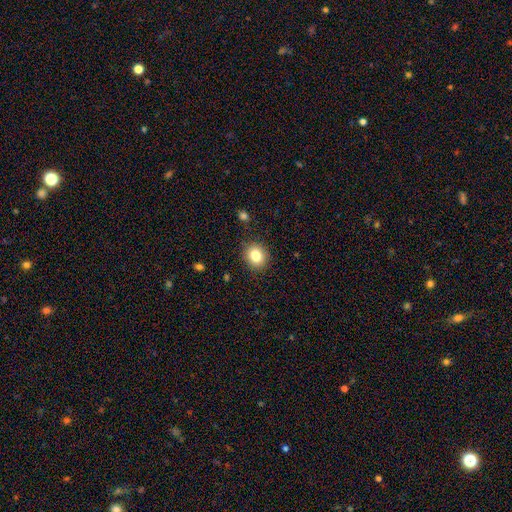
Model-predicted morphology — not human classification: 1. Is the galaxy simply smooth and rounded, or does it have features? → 81% smooth, 11% star or artifact, 8% featured or disk.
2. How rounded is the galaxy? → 77% round, 22% in between, 1% cigar-shaped.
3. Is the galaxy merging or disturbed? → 88% none, 9% minor disturbance, 2% major disturbance, 1% merger.